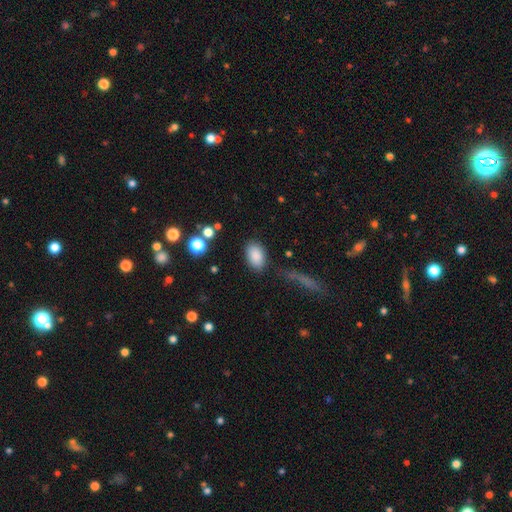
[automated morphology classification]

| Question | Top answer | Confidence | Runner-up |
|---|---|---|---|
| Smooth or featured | smooth | 88% | star or artifact (8%) |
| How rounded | in between | 90% | round (8%) |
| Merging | none | 81% | minor disturbance (12%) |